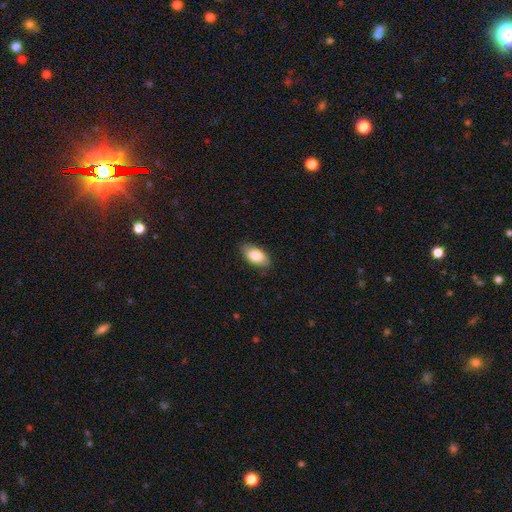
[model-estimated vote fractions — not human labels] Q: Smooth or featured?
A: smooth (84%); runner-up: featured or disk (9%)
Q: How rounded?
A: in between (94%); runner-up: round (3%)
Q: Merging?
A: none (83%); runner-up: minor disturbance (13%)